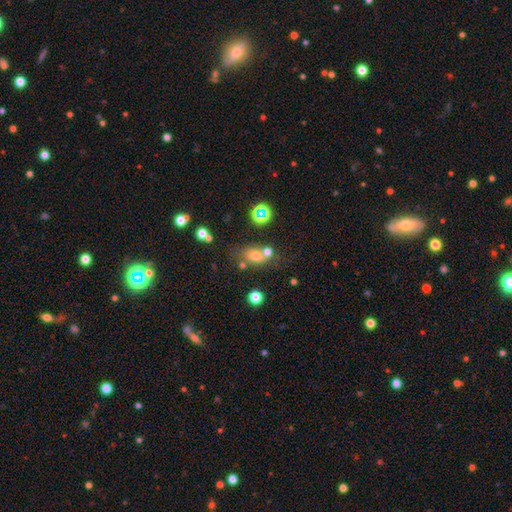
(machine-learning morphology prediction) smooth_or_featured: smooth (p=0.63) [alt: star or artifact p=0.21]
how_rounded: in between (p=0.64) [alt: round p=0.33]
merging: none (p=0.51) [alt: merger p=0.27]